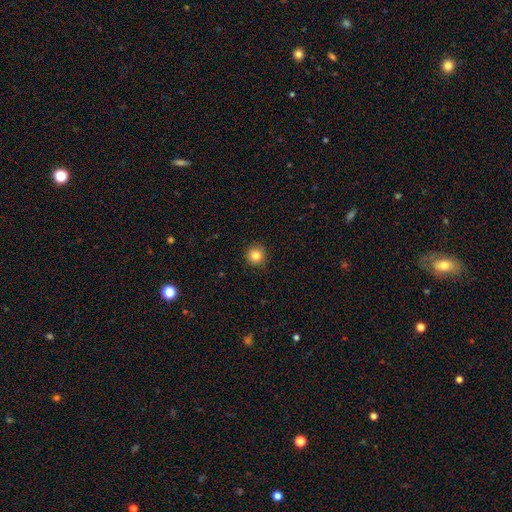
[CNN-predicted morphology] Smooth or featured? smooth (84%)
How rounded? round (94%)
Merging? none (91%)